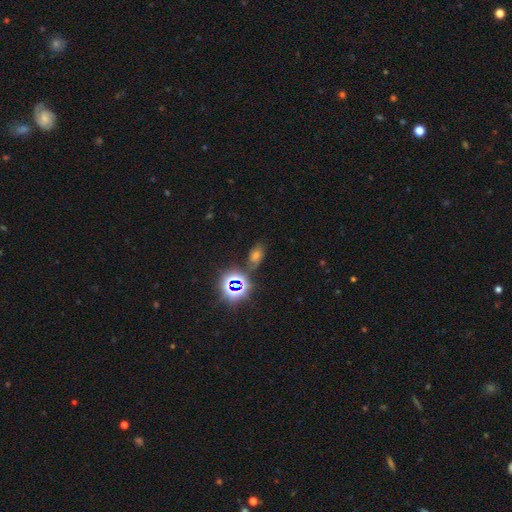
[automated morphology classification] Smooth or featured: star or artifact — 49% (smooth — 39%)